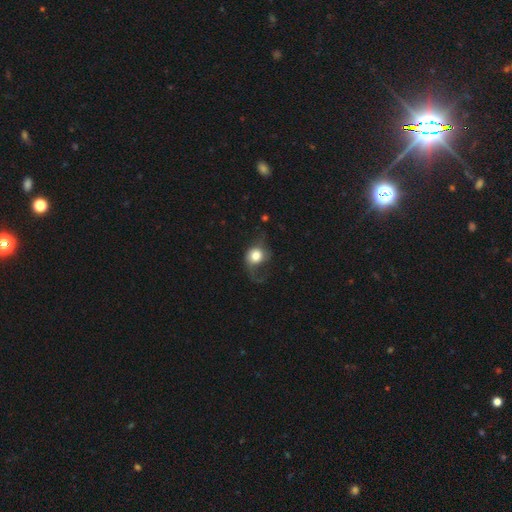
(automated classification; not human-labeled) smooth 66%, featured or disk 26%, star or artifact 8%. Down the decision tree: how rounded — round (73%); merging — major disturbance (40%).